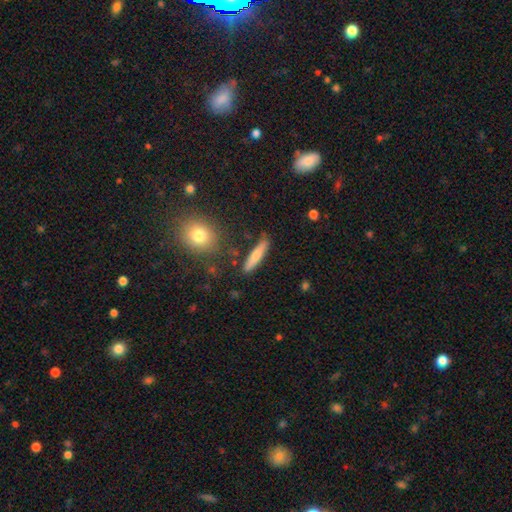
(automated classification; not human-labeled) smooth_or_featured: smooth (p=0.71) [alt: featured or disk p=0.22]
how_rounded: cigar-shaped (p=0.85) [alt: in between p=0.13]
merging: none (p=0.82) [alt: minor disturbance p=0.11]